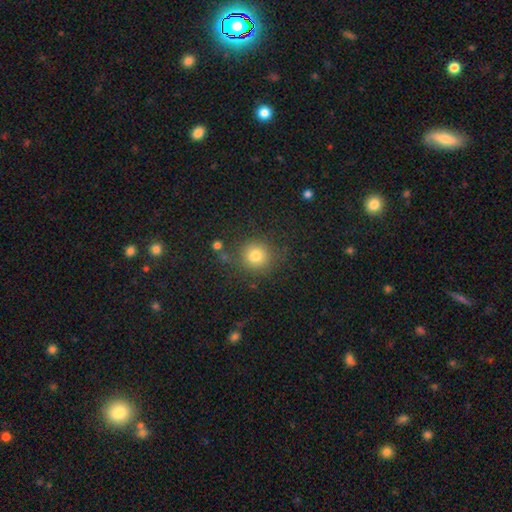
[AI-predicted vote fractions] Smooth or featured: smooth — 79% (star or artifact — 13%)
How rounded: round — 88% (in between — 11%)
Merging: none — 78% (minor disturbance — 12%)